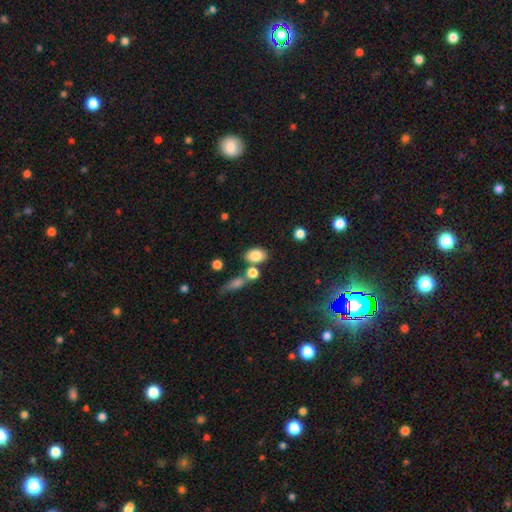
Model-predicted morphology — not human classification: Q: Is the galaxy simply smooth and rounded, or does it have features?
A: smooth — 83%.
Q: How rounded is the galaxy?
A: in between — 82%.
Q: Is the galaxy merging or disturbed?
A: none — 65%.